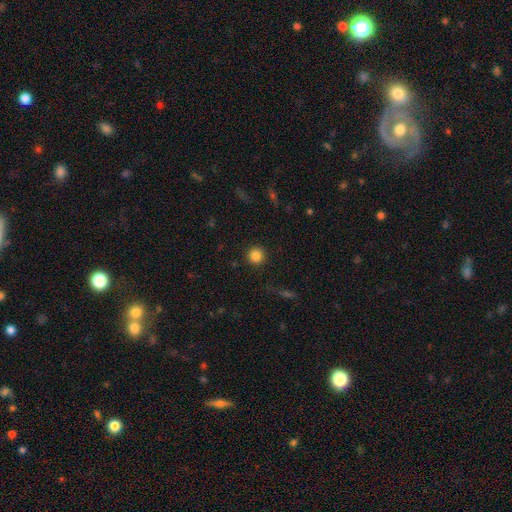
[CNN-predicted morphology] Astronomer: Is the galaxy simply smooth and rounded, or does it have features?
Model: smooth — 84%.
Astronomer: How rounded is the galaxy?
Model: round — 95%.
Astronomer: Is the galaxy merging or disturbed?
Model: none — 91%.